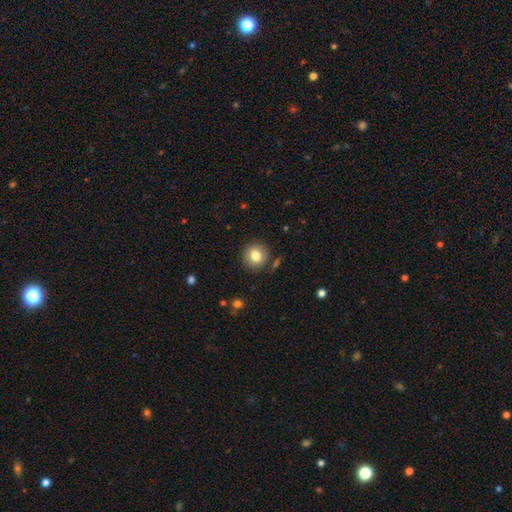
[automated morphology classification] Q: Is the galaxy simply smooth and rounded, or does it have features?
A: smooth — 79%.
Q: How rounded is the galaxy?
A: round — 87%.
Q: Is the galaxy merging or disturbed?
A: none — 86%.